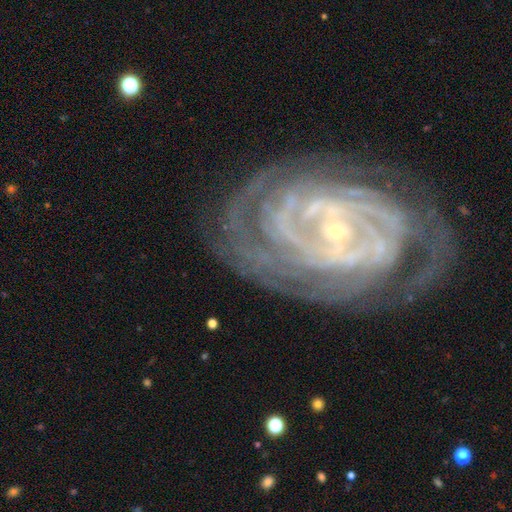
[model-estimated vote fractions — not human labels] Q: Smooth or featured?
A: featured or disk (90%); runner-up: star or artifact (5%)
Q: Edge-on disk?
A: no (97%); runner-up: yes (3%)
Q: Bar?
A: no (50%); runner-up: weak (30%)
Q: Spiral arms?
A: yes (96%); runner-up: no (4%)
Q: Spiral winding?
A: tight (79%); runner-up: medium (17%)
Q: Spiral arm count?
A: can't tell (29%); runner-up: 2 (19%)
Q: Bulge size?
A: small (83%); runner-up: moderate (13%)
Q: Merging?
A: none (72%); runner-up: minor disturbance (17%)